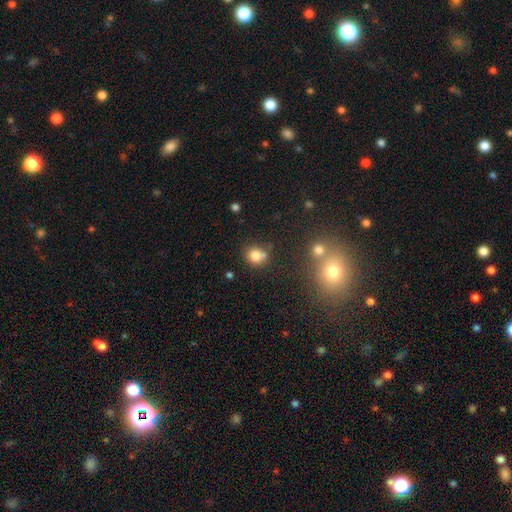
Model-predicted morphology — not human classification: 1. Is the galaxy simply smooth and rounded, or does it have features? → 79% smooth, 12% star or artifact, 9% featured or disk.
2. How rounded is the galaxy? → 80% round, 19% in between, 1% cigar-shaped.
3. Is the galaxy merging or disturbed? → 61% none, 21% merger, 14% minor disturbance, 4% major disturbance.